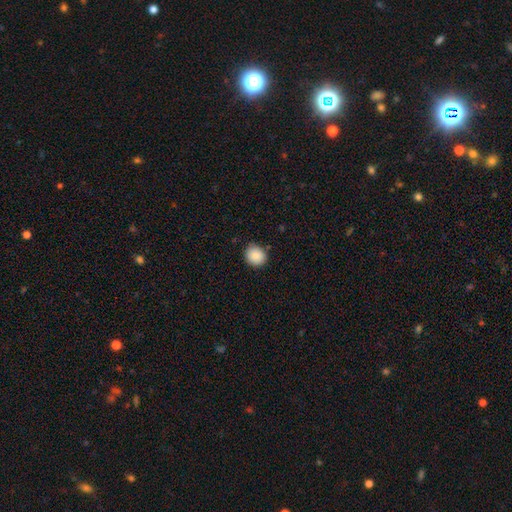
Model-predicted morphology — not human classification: The model was most divided on "how rounded": round: 80%, in between: 19%, cigar-shaped: 1%. More confident: smooth or featured — smooth (88%); merging — none (85%).